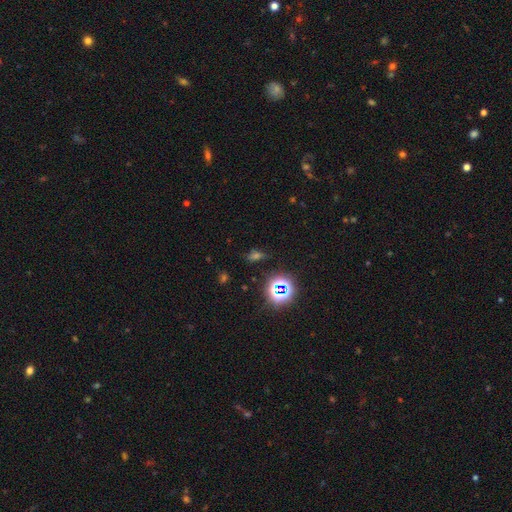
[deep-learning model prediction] star or artifact 58%, smooth 32%, featured or disk 10%.